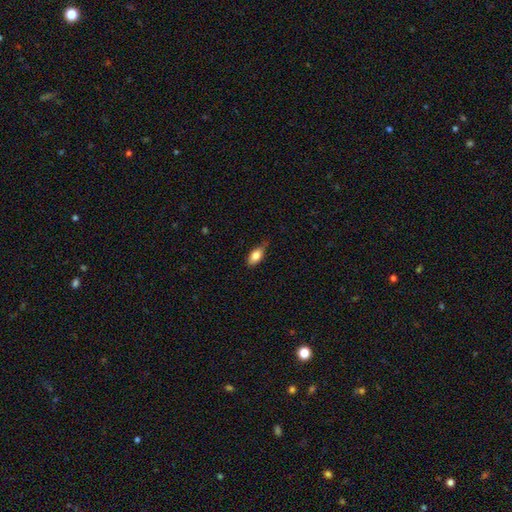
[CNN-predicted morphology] smooth_or_featured: smooth (p=0.80) [alt: featured or disk p=0.13]
how_rounded: in between (p=0.87) [alt: cigar-shaped p=0.10]
merging: none (p=0.72) [alt: minor disturbance p=0.23]